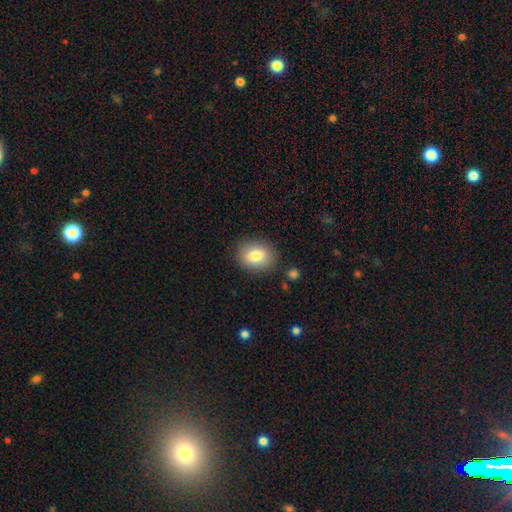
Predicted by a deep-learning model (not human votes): A smooth galaxy with no disk features (81%) that is in between round and cigar-shaped (61%).

Vote fractions:
- Smooth or featured? smooth: 81% / featured or disk: 10% / star or artifact: 8%
- How rounded? in between: 61% / round: 38% / cigar-shaped: 1%
- Merging? none: 85% / minor disturbance: 10% / major disturbance: 3% / merger: 2%